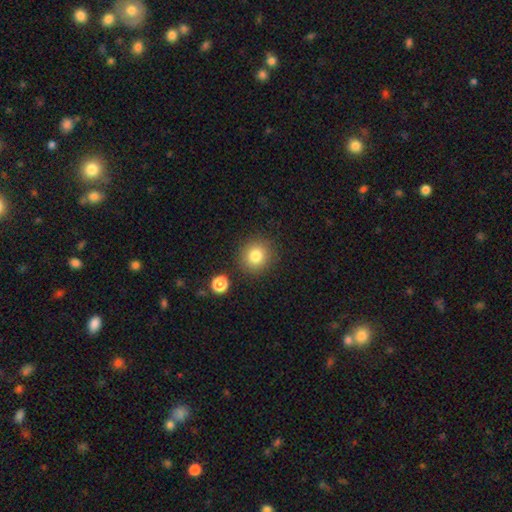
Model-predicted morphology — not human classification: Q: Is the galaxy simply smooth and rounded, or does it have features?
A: smooth — 81%.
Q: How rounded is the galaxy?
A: round — 90%.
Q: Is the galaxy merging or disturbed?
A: none — 87%.